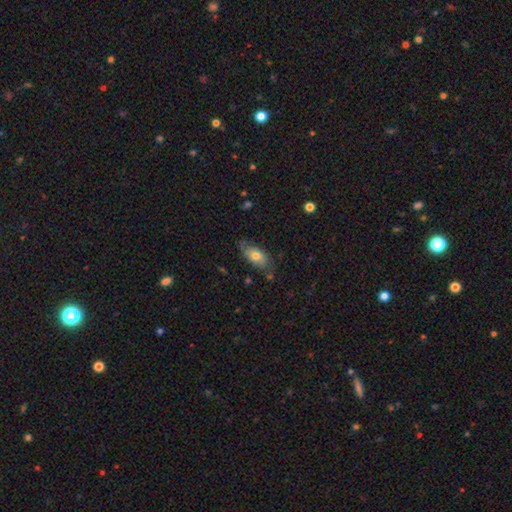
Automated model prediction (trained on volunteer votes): This appears to be a smooth galaxy with no disk features (61%) that is in between round and cigar-shaped (90%). Merging: none (61%).